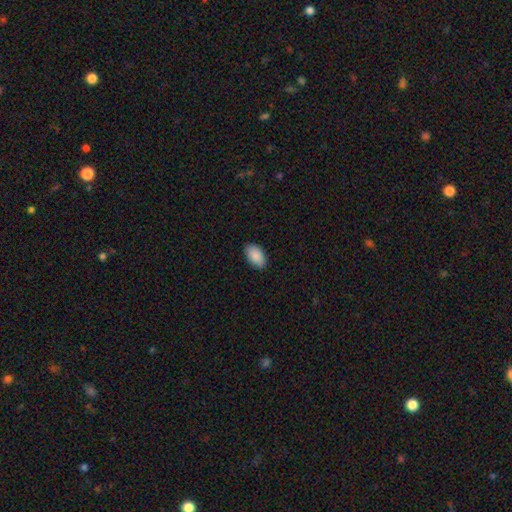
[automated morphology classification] A smooth galaxy with no disk features (90%) that is in between round and cigar-shaped (94%).

Vote fractions:
- Smooth or featured? smooth: 90% / star or artifact: 6% / featured or disk: 4%
- How rounded? in between: 94% / round: 4% / cigar-shaped: 1%
- Merging? none: 87% / minor disturbance: 10% / major disturbance: 2% / merger: 1%